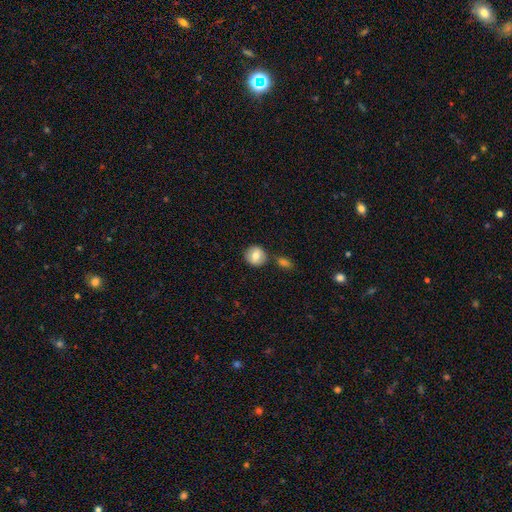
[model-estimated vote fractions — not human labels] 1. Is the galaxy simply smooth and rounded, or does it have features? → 79% smooth, 13% featured or disk, 8% star or artifact.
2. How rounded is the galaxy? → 89% round, 10% in between, 1% cigar-shaped.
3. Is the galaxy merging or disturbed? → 76% none, 11% merger, 10% minor disturbance, 3% major disturbance.